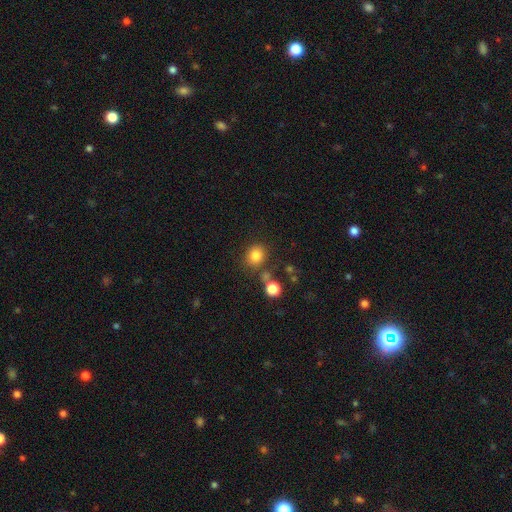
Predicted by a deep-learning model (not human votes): smooth-or-featured: smooth: 82% | star or artifact: 12% | featured or disk: 6%
  how-rounded: round: 77% | in between: 22% | cigar-shaped: 1%
  merging: none: 75% | minor disturbance: 11% | merger: 10% | major disturbance: 4%